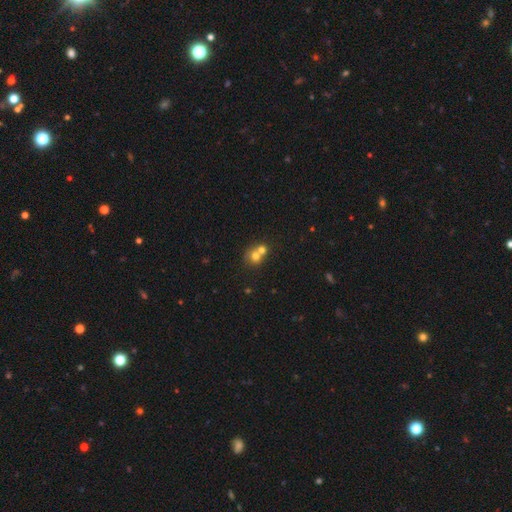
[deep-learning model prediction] Smooth or featured? Predicted: smooth (p=0.68). How rounded? Predicted: round (p=0.77). Merging? Predicted: merger (p=0.59).